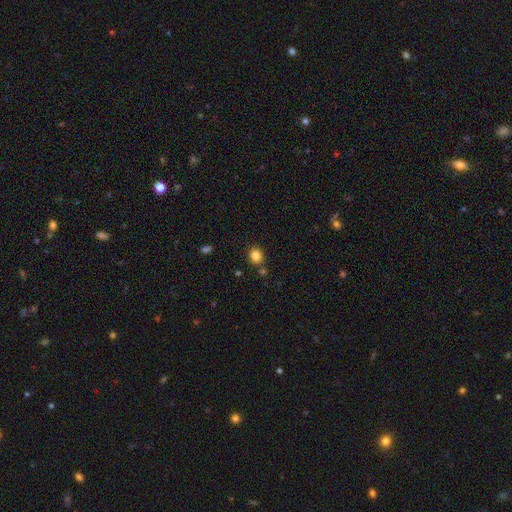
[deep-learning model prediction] A smooth galaxy with no disk features (83%) that is round (73%). Merging: none (79%).